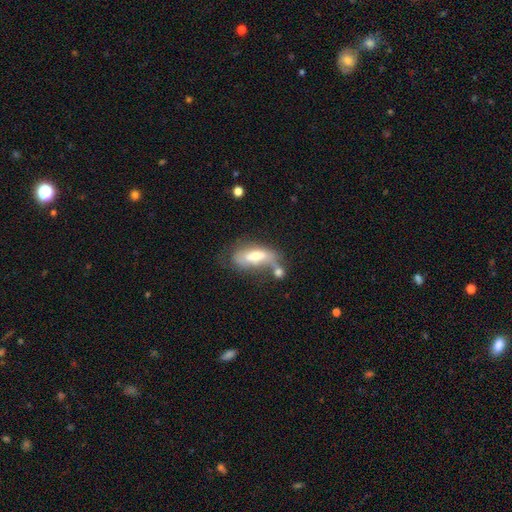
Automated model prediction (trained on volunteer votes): A smooth galaxy with no disk features (51%) that is in between round and cigar-shaped (72%).

Vote fractions:
- Smooth or featured? smooth: 51% / featured or disk: 41% / star or artifact: 8%
- How rounded? in between: 72% / cigar-shaped: 25% / round: 3%
- Merging? merger: 32% / none: 29% / minor disturbance: 21% / major disturbance: 18%